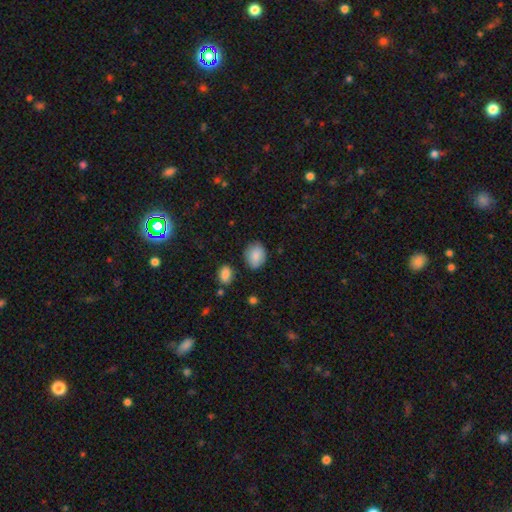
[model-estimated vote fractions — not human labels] A smooth galaxy with no disk features (86%) that is in between round and cigar-shaped (50%).

Vote fractions:
- Smooth or featured? smooth: 86% / star or artifact: 7% / featured or disk: 7%
- How rounded? in between: 50% / round: 49% / cigar-shaped: 1%
- Merging? none: 77% / minor disturbance: 17% / major disturbance: 3% / merger: 3%